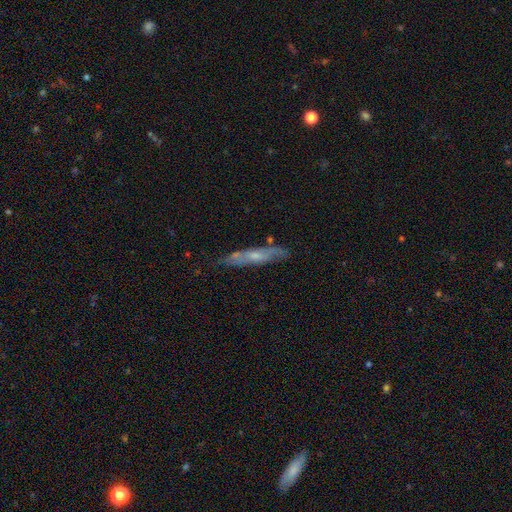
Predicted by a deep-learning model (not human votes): Smooth or featured: featured or disk — 54% (smooth — 39%)
Edge-on disk: yes — 70% (no — 30%)
Merging: none — 75% (minor disturbance — 19%)